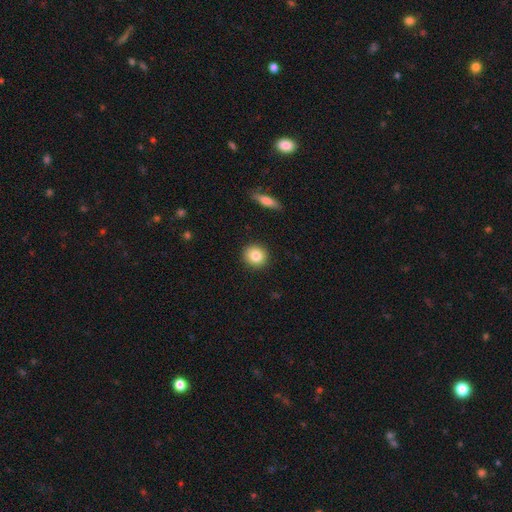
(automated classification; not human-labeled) Q: Smooth or featured?
A: smooth (83%); runner-up: star or artifact (9%)
Q: How rounded?
A: round (90%); runner-up: in between (9%)
Q: Merging?
A: none (91%); runner-up: minor disturbance (6%)